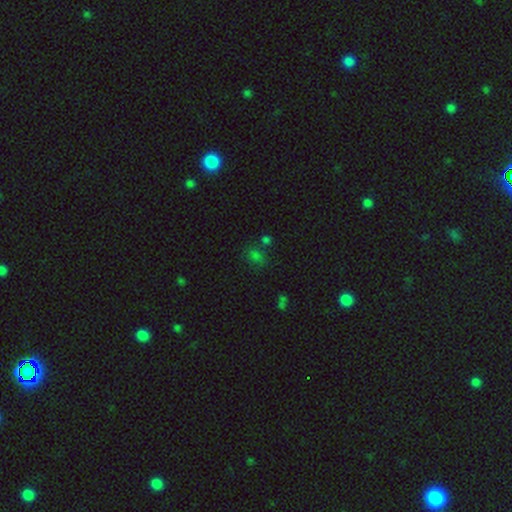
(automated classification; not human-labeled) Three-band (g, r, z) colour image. It shows a smooth galaxy with no disk features (65%) that is in between round and cigar-shaped (53%). Merging: none (64%).